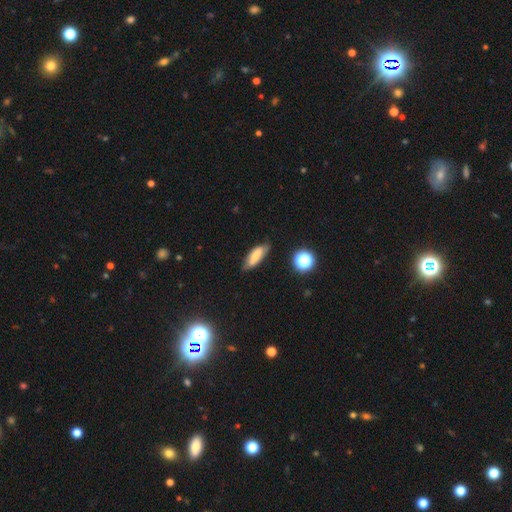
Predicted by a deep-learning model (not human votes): Smooth or featured: smooth — 63% (featured or disk — 27%)
How rounded: in between — 55% (cigar-shaped — 42%)
Merging: none — 70% (minor disturbance — 22%)